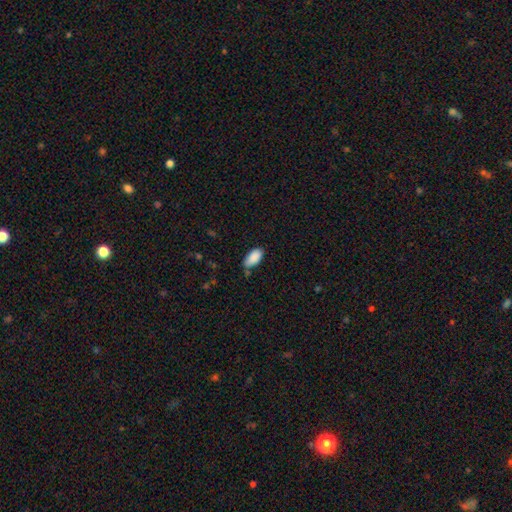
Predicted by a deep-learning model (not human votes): Smooth or featured? smooth (89%)
How rounded? in between (93%)
Merging? none (65%)